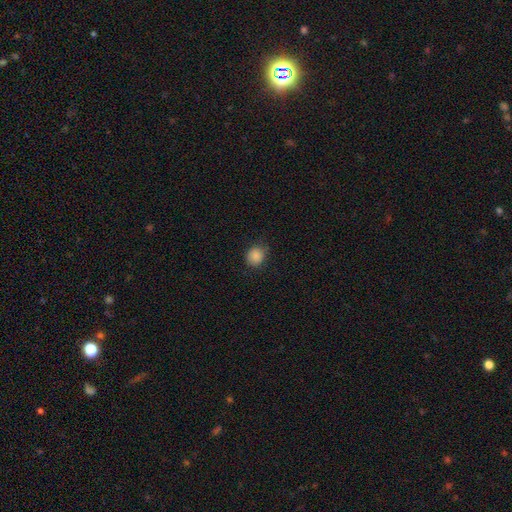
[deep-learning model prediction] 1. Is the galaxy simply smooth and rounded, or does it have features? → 87% smooth, 10% star or artifact, 3% featured or disk.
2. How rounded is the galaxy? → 75% round, 24% in between, 1% cigar-shaped.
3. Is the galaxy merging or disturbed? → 81% none, 15% minor disturbance, 3% major disturbance, 1% merger.